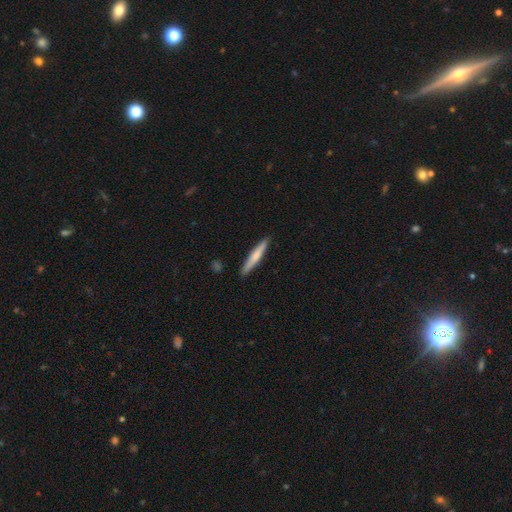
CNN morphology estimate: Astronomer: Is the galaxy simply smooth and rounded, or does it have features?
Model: smooth — 64%.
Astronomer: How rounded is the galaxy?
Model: cigar-shaped — 94%.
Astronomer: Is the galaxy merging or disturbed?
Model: none — 90%.